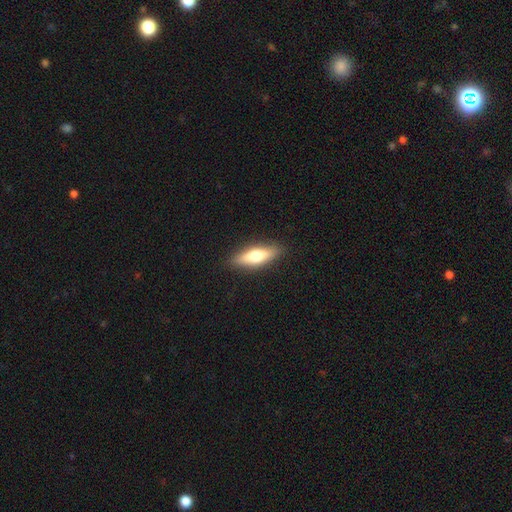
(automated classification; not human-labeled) A smooth galaxy with no disk features (58%) that is cigar-shaped (53%). Merging: none (88%).